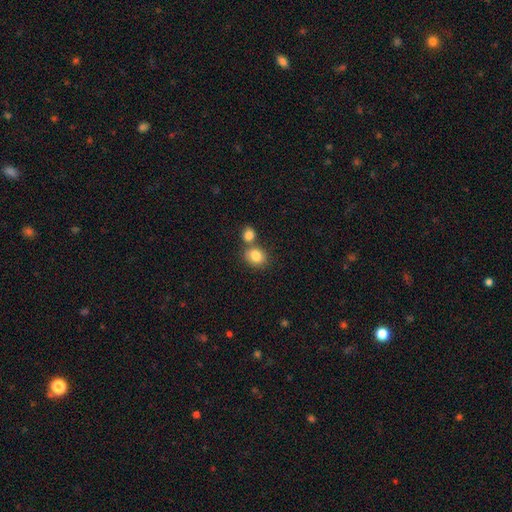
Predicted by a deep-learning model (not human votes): smooth 83%, star or artifact 9%, featured or disk 8%. Down the decision tree: how rounded — round (60%); merging — none (53%).